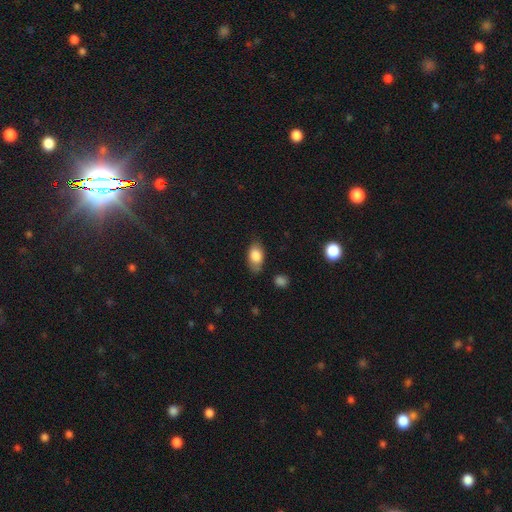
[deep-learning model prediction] Smooth or featured: smooth — 82% (featured or disk — 11%)
How rounded: in between — 90% (round — 7%)
Merging: none — 74% (minor disturbance — 19%)